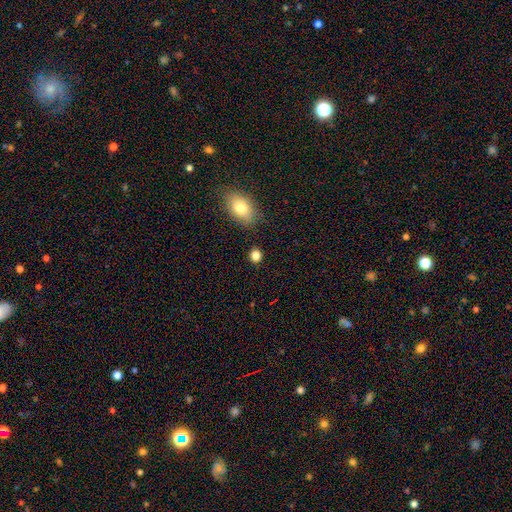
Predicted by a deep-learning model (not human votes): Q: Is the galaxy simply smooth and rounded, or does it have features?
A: smooth — 83%.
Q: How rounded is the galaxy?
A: round — 73%.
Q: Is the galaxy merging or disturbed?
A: none — 86%.